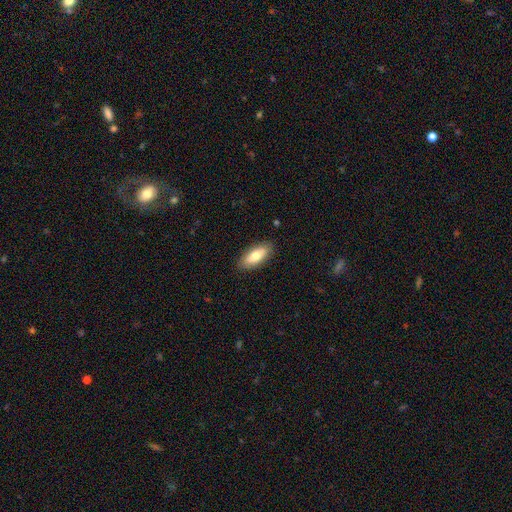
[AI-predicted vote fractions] smooth-or-featured: smooth: 77% | featured or disk: 17% | star or artifact: 6%
  how-rounded: in between: 79% | cigar-shaped: 19% | round: 2%
  merging: none: 88% | minor disturbance: 9% | major disturbance: 2% | merger: 1%